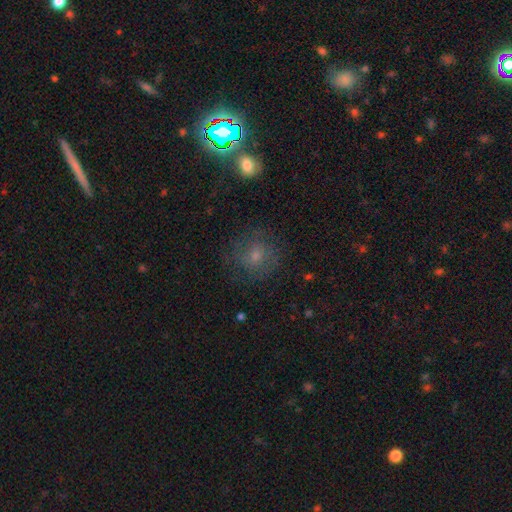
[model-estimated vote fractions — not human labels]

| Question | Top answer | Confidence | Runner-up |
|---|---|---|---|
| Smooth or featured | smooth | 53% | featured or disk (30%) |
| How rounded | round | 84% | in between (15%) |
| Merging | none | 72% | minor disturbance (15%) |